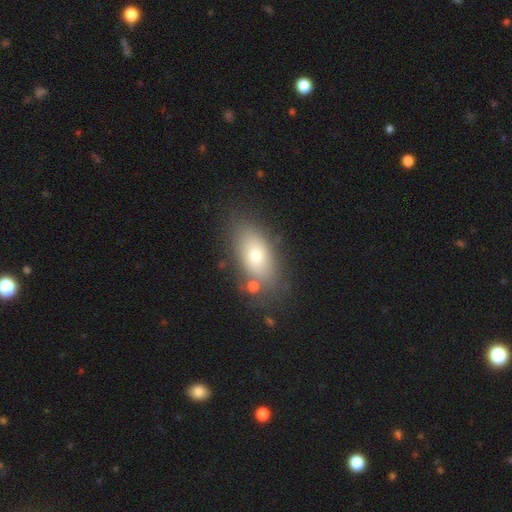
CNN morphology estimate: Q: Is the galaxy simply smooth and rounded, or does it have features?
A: smooth — 70%.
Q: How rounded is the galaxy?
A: in between — 87%.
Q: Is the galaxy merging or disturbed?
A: none — 75%.